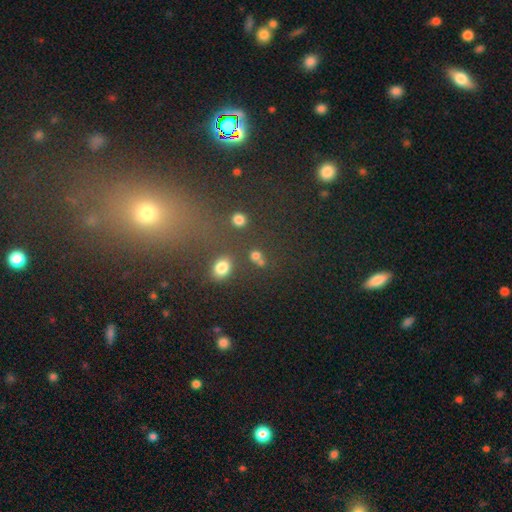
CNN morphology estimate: smooth_or_featured: smooth (p=0.71) [alt: star or artifact p=0.20]
how_rounded: round (p=0.65) [alt: in between p=0.33]
merging: none (p=0.62) [alt: merger p=0.22]